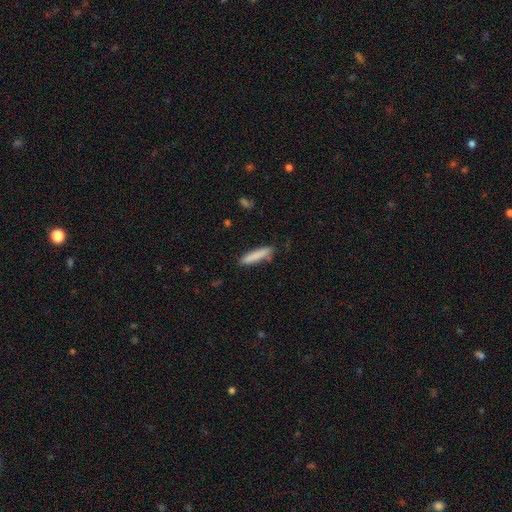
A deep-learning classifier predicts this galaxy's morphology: Smooth or featured? Predicted: smooth (p=0.84). How rounded? Predicted: cigar-shaped (p=0.87). Merging? Predicted: none (p=0.83).